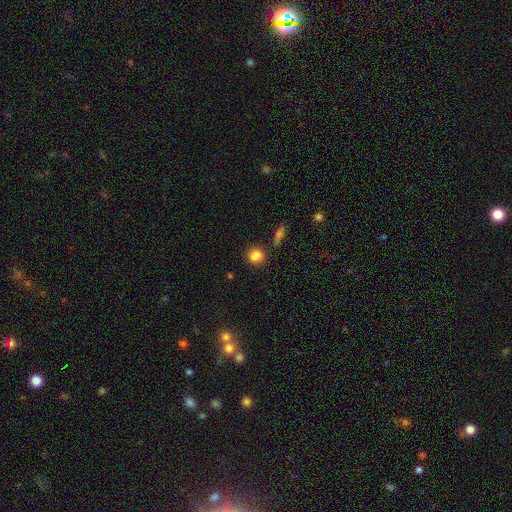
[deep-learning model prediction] Overall: smooth (82%). How rounded: round (73%). Merging: none (75%).